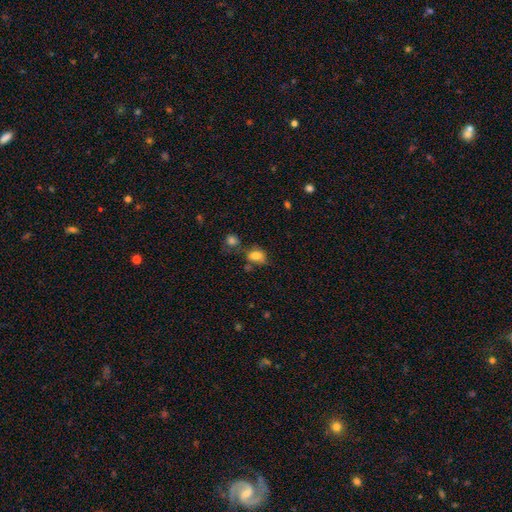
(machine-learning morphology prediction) smooth_or_featured: smooth (p=0.77) [alt: featured or disk p=0.13]
how_rounded: in between (p=0.76) [alt: round p=0.22]
merging: none (p=0.44) [alt: minor disturbance p=0.26]